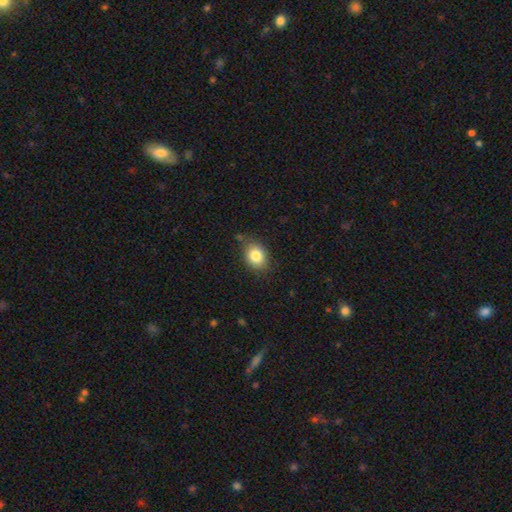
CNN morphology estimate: A smooth galaxy with no disk features (83%) that is in between round and cigar-shaped (58%). Merging: none (77%).